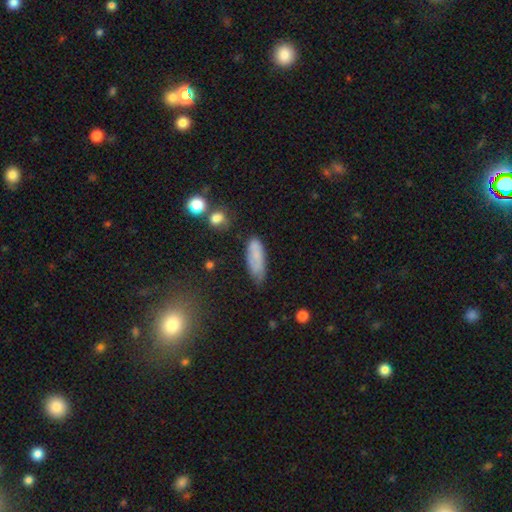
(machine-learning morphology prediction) Smooth or featured?
  - smooth: 73% *
  - featured or disk: 19%
  - star or artifact: 8%
How rounded?
  - in between: 62% *
  - cigar-shaped: 35%
  - round: 2%
Merging?
  - none: 58% *
  - minor disturbance: 30%
  - major disturbance: 8%
  - merger: 4%